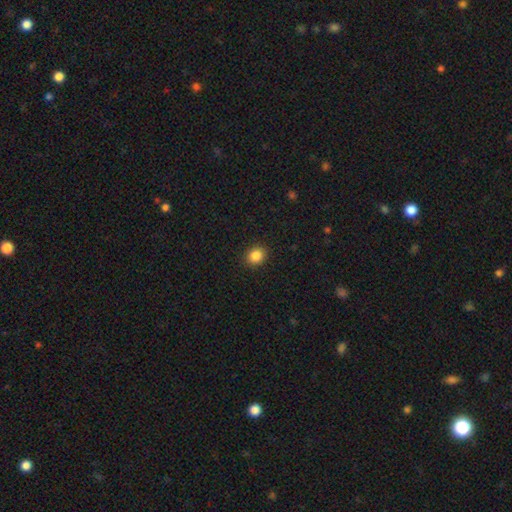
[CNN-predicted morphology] smooth 86%, star or artifact 10%, featured or disk 4%. Down the decision tree: how rounded — round (75%); merging — none (91%).